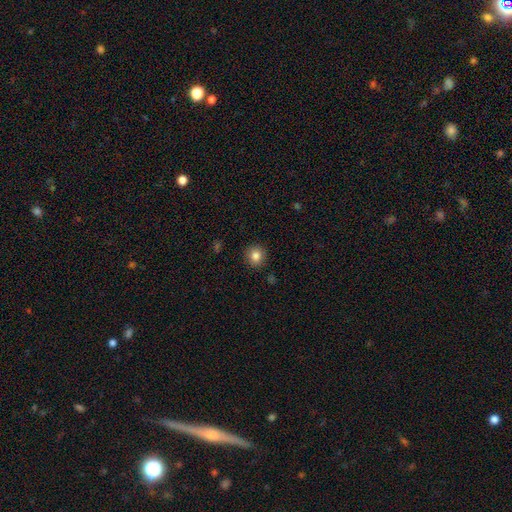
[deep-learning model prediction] smooth_or_featured: smooth (p=0.84) [alt: star or artifact p=0.10]
how_rounded: round (p=0.90) [alt: in between p=0.09]
merging: none (p=0.91) [alt: minor disturbance p=0.06]